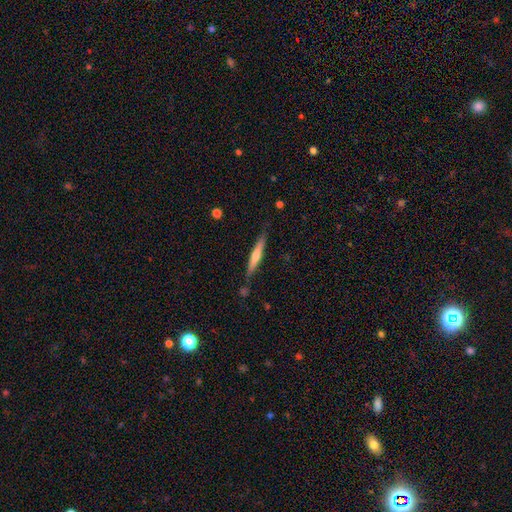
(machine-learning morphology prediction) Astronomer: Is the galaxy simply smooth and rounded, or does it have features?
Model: featured or disk — 53% (runner-up: smooth, 41%).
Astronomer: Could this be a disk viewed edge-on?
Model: yes — 96%.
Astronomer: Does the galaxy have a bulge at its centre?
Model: rounded — 78%.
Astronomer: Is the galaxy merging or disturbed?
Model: none — 82%.